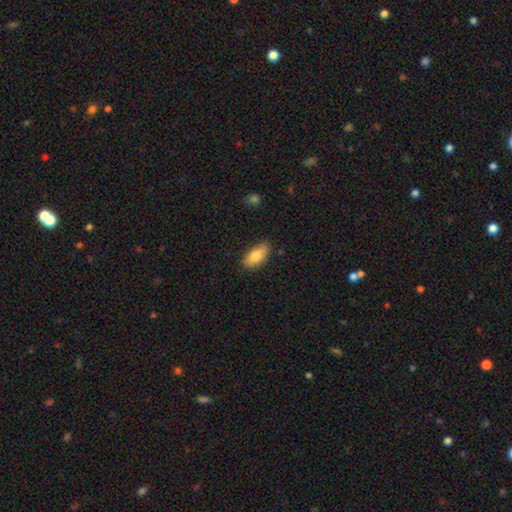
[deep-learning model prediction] Smooth or featured?
  - smooth: 83% *
  - featured or disk: 11%
  - star or artifact: 7%
How rounded?
  - in between: 90% *
  - cigar-shaped: 7%
  - round: 3%
Merging?
  - none: 80% *
  - minor disturbance: 16%
  - major disturbance: 3%
  - merger: 2%